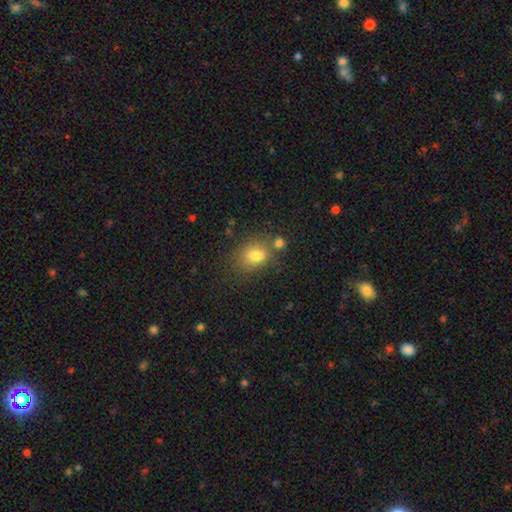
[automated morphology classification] Smooth or featured? smooth (75%)
How rounded? in between (54%)
Merging? none (58%)